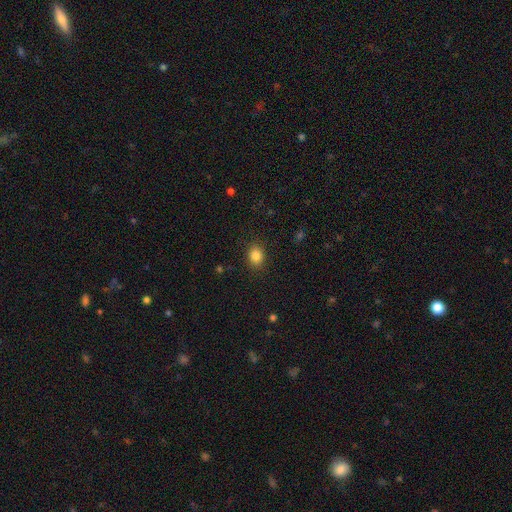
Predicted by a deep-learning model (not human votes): The model was most divided on "how rounded": in between: 50%, round: 49%, cigar-shaped: 1%. More confident: merging — none (87%); smooth or featured — smooth (85%).